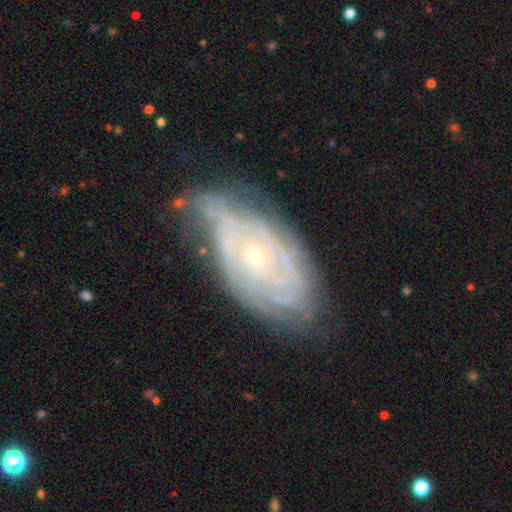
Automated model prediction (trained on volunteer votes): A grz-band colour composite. It shows a featured or disk galaxy (80%) with no bar (80%), tight (75%) spiral arms (88%) and a small central bulge (84%). Merging: none (58%).